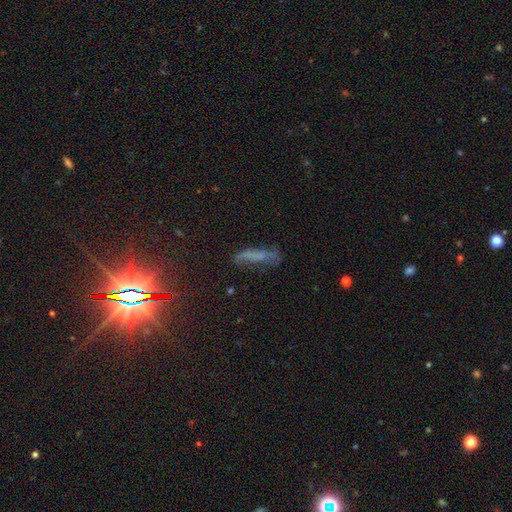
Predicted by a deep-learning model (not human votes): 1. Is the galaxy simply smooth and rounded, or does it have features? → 46% smooth, 33% featured or disk, 21% star or artifact.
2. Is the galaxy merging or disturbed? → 53% none, 28% minor disturbance, 16% major disturbance, 4% merger.